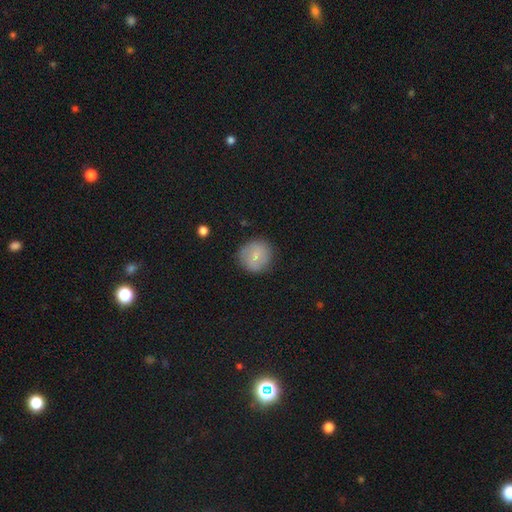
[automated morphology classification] smooth-or-featured: smooth: 67% | featured or disk: 25% | star or artifact: 8%
  how-rounded: round: 91% | in between: 8% | cigar-shaped: 1%
  merging: none: 84% | minor disturbance: 11% | major disturbance: 3% | merger: 1%